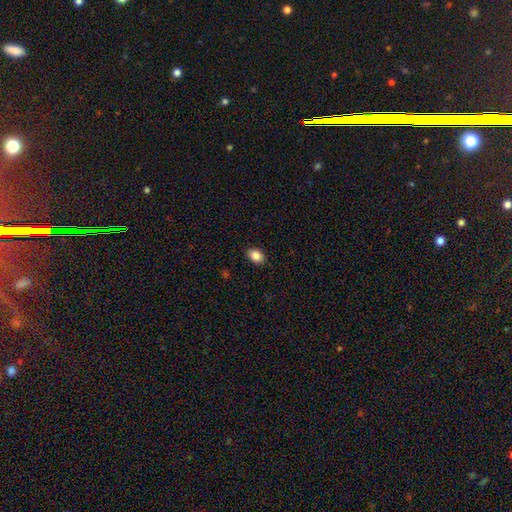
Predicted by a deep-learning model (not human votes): smooth-or-featured: smooth: 86% | star or artifact: 9% | featured or disk: 5%
  how-rounded: in between: 76% | round: 23% | cigar-shaped: 1%
  merging: none: 89% | minor disturbance: 8% | major disturbance: 2% | merger: 1%